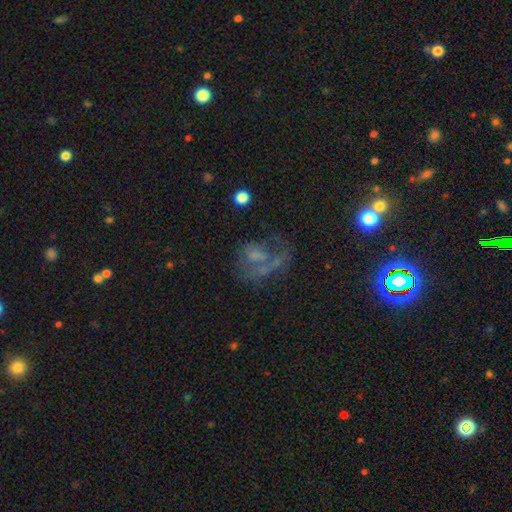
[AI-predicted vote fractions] This is possibly a featured or disk galaxy (45%). Merging: marginally major disturbance (42%).